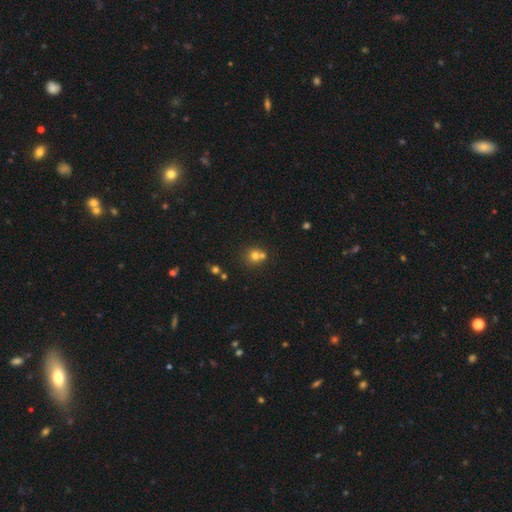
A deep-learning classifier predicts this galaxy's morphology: Smooth or featured? smooth (72%)
How rounded? round (85%)
Merging? none (51%)